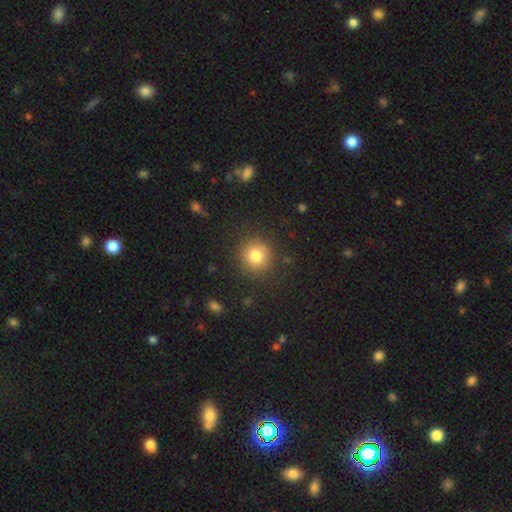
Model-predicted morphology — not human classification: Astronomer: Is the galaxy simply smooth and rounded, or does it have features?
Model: smooth — 80%.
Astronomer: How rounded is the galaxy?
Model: round — 92%.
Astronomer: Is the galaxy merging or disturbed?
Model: none — 86%.